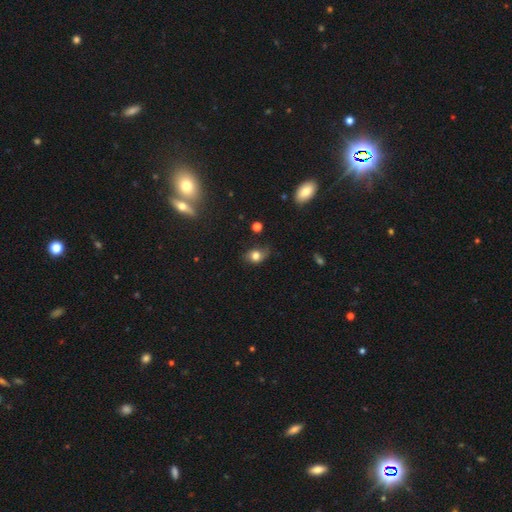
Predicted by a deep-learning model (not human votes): Q: Smooth or featured?
A: smooth (71%); runner-up: featured or disk (17%)
Q: How rounded?
A: in between (55%); runner-up: round (43%)
Q: Merging?
A: none (51%); runner-up: minor disturbance (32%)